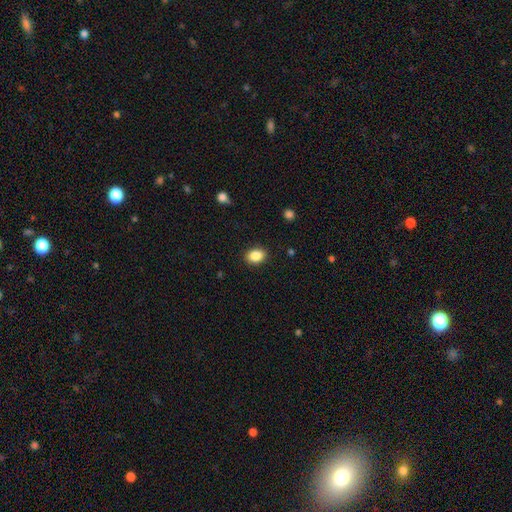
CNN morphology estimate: This appears to be a smooth galaxy with no disk features (87%) that is in between round and cigar-shaped (72%). Merging: none (89%).